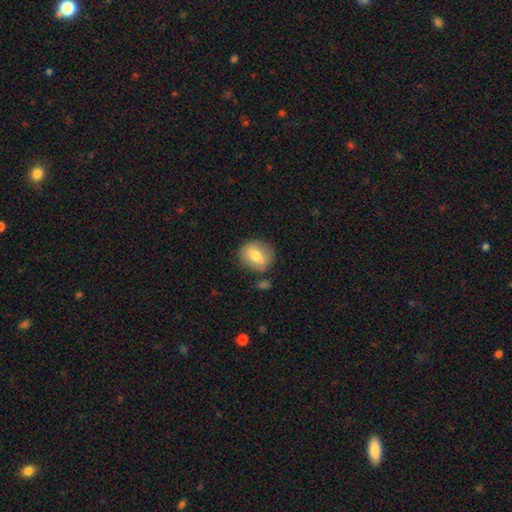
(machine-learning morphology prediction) The model was most divided on "how rounded": round: 63%, in between: 36%, cigar-shaped: 2%. More confident: merging — none (78%); smooth or featured — smooth (70%).